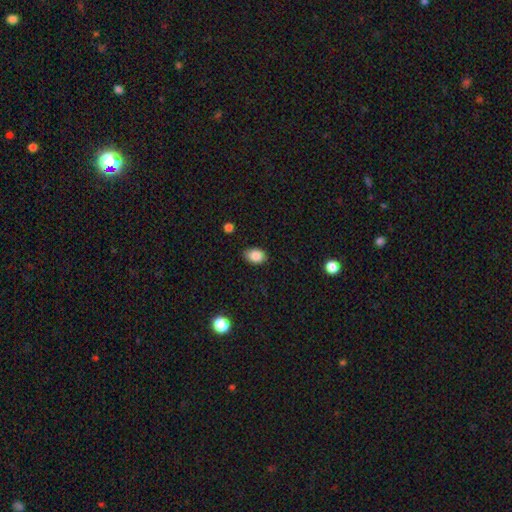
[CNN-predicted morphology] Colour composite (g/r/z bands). It shows a smooth galaxy with no disk features (87%) that is in between round and cigar-shaped (79%). Merging: none (81%).